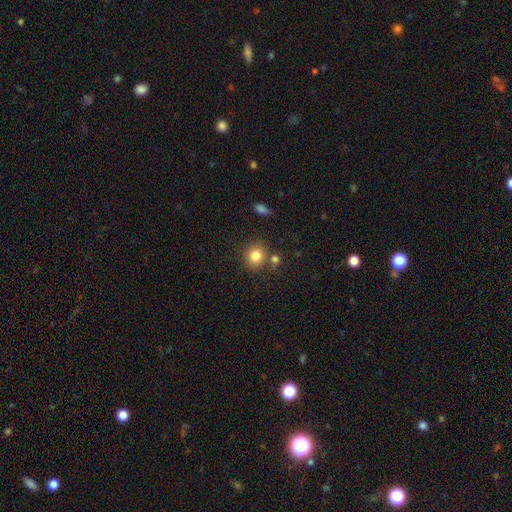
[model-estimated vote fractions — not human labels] The model was most divided on "merging": none: 72%, merger: 13%, minor disturbance: 11%, major disturbance: 4%. More confident: smooth or featured — smooth (83%); how rounded — round (80%).